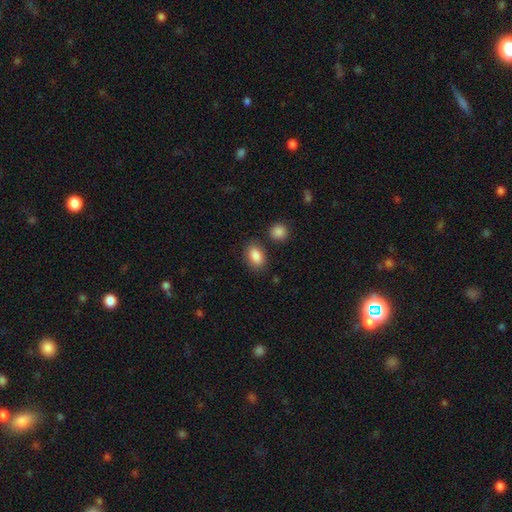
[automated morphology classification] Smooth or featured?
  - smooth: 87% *
  - star or artifact: 7%
  - featured or disk: 5%
How rounded?
  - in between: 86% *
  - round: 13%
  - cigar-shaped: 2%
Merging?
  - none: 79% *
  - minor disturbance: 12%
  - merger: 5%
  - major disturbance: 4%